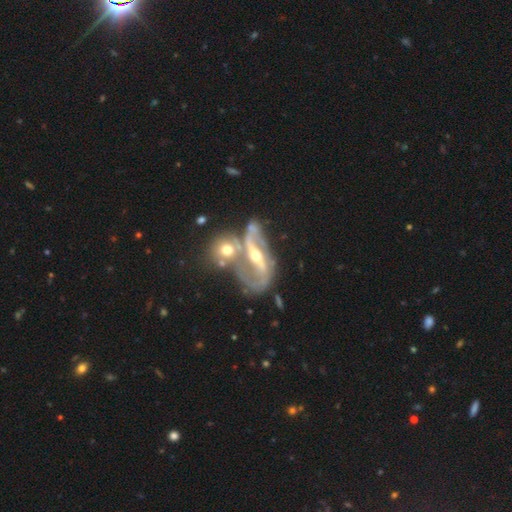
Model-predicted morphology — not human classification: type=featured or disk (86%); edge-on=no (92%); bar=strong (55%); spiral arms=yes (89%); winding=loose (46%); arm count=2 (84%); bulge=moderate (52%); merging=merger (35%).